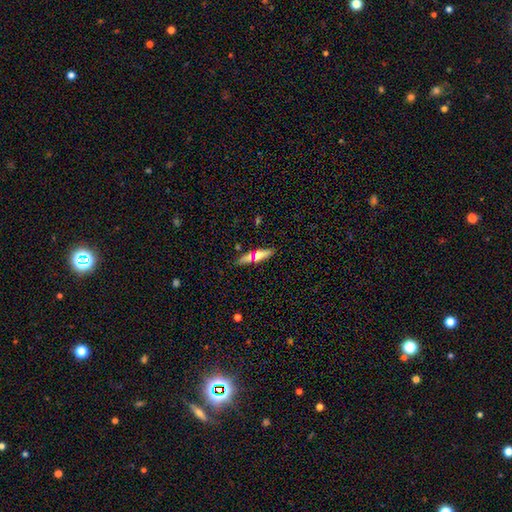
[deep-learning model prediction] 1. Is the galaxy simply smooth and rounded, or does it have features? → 57% smooth, 33% featured or disk, 10% star or artifact.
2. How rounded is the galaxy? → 69% cigar-shaped, 28% in between, 3% round.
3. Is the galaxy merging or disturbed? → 84% none, 9% minor disturbance, 4% merger, 2% major disturbance.